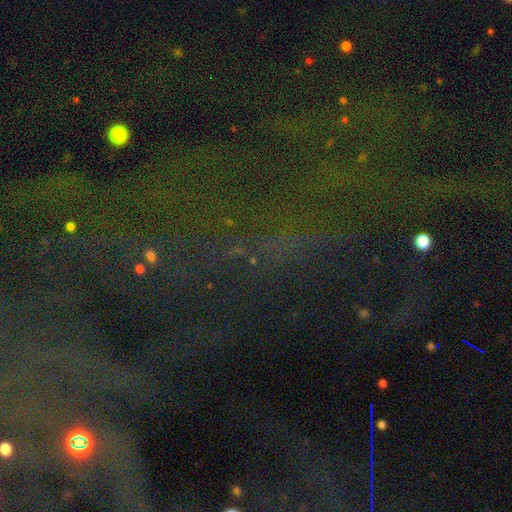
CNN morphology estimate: A star or artifact, not a galaxy (78%).

Vote fractions:
- Smooth or featured? star or artifact: 78% / featured or disk: 11% / smooth: 11%